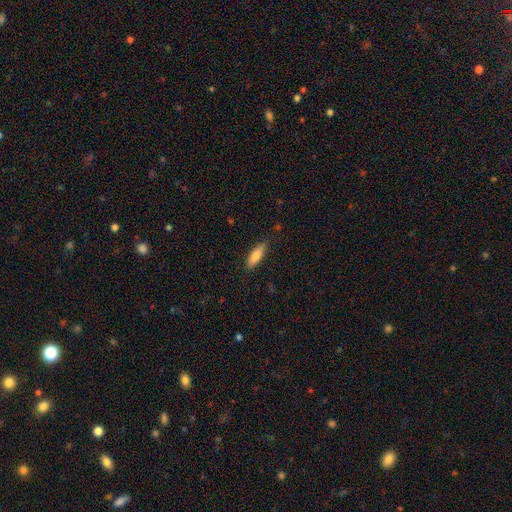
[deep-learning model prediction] This is likely a smooth galaxy (79%). How rounded: possibly in between (55%). Merging: clearly none (82%).